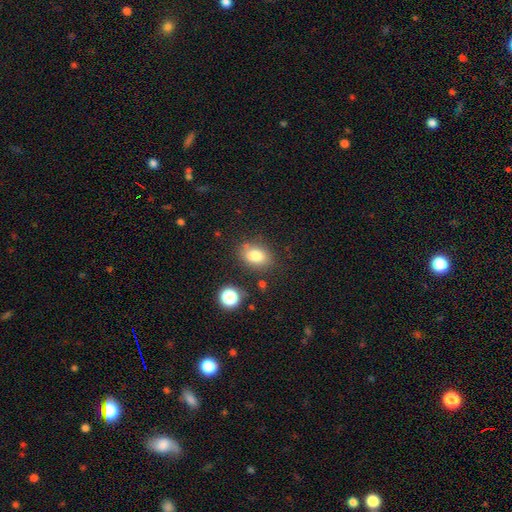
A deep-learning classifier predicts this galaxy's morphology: Q: Smooth or featured?
A: smooth (80%); runner-up: star or artifact (11%)
Q: How rounded?
A: in between (70%); runner-up: round (28%)
Q: Merging?
A: none (75%); runner-up: minor disturbance (15%)